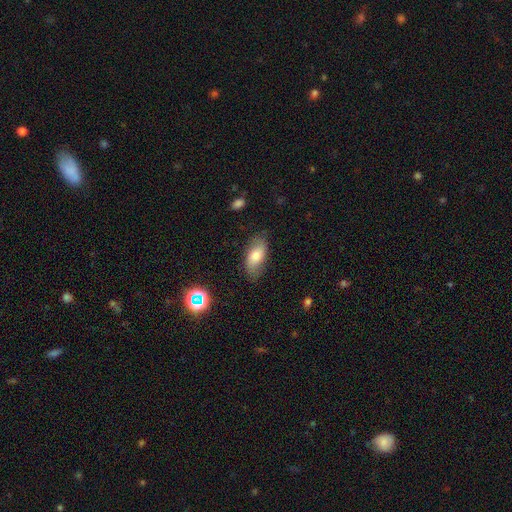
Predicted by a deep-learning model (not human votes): smooth-or-featured: smooth: 70% | featured or disk: 22% | star or artifact: 8%
  how-rounded: in between: 89% | cigar-shaped: 7% | round: 4%
  merging: none: 77% | minor disturbance: 18% | major disturbance: 4% | merger: 1%